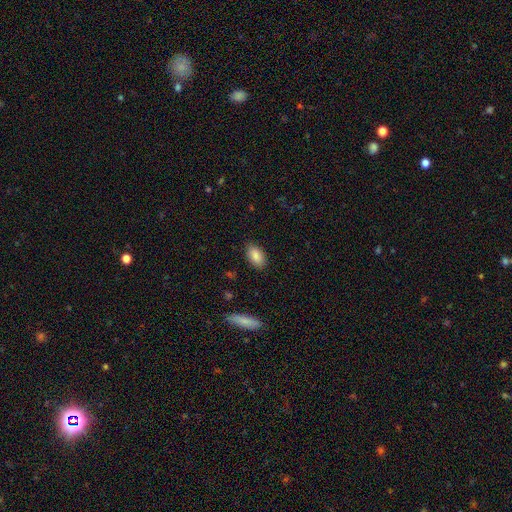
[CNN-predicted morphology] Q: Smooth or featured?
A: smooth (87%); runner-up: star or artifact (7%)
Q: How rounded?
A: in between (93%); runner-up: round (4%)
Q: Merging?
A: none (87%); runner-up: minor disturbance (10%)